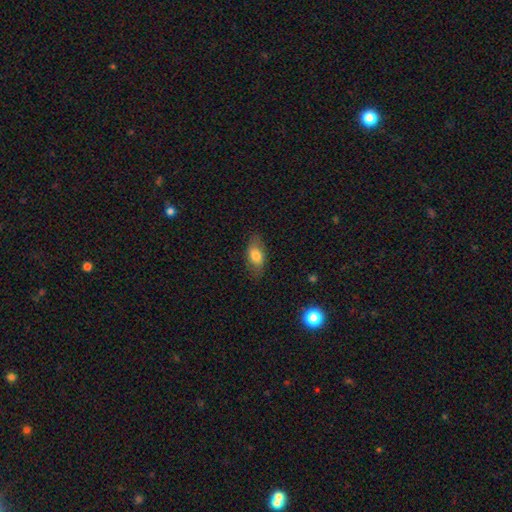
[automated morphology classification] type=smooth (76%); roundness=in between (87%); merging=none (79%).